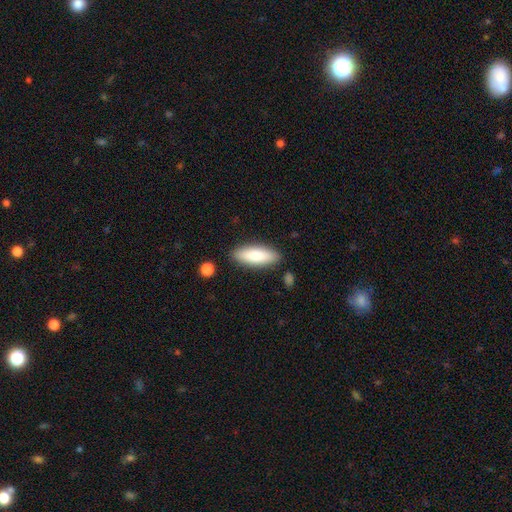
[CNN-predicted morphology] Overall: smooth (82%). How rounded: in between (60%; cigar-shaped 38%). Merging: none (86%).